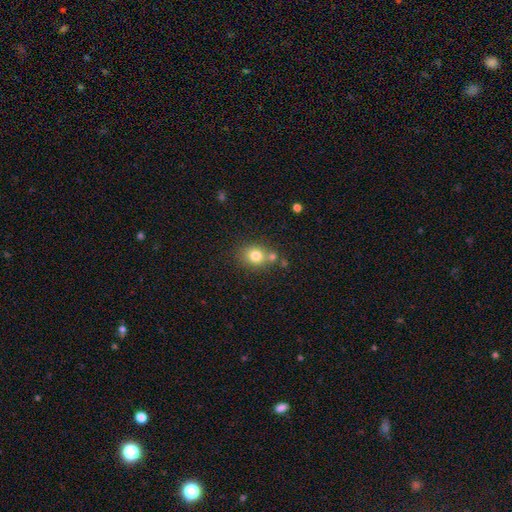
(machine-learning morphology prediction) type=smooth (79%); roundness=round (68%); merging=none (64%).